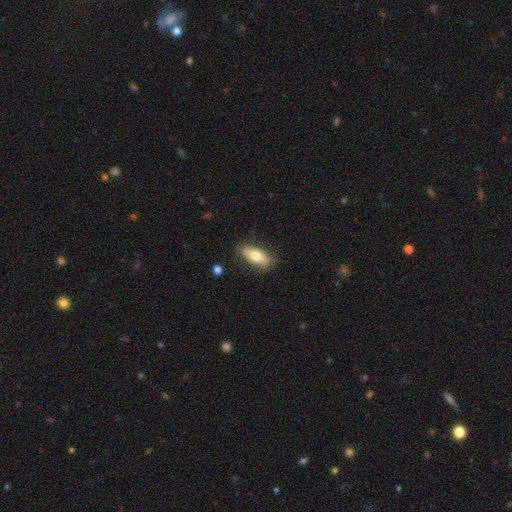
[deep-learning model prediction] Smooth or featured? smooth (71%)
How rounded? in between (77%)
Merging? none (82%)